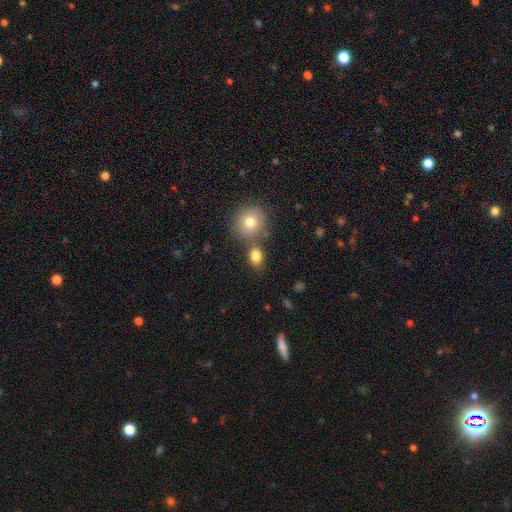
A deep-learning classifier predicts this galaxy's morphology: Smooth or featured? Predicted: smooth (p=0.82). How rounded? Predicted: in between (p=0.60). Merging? Predicted: none (p=0.63).